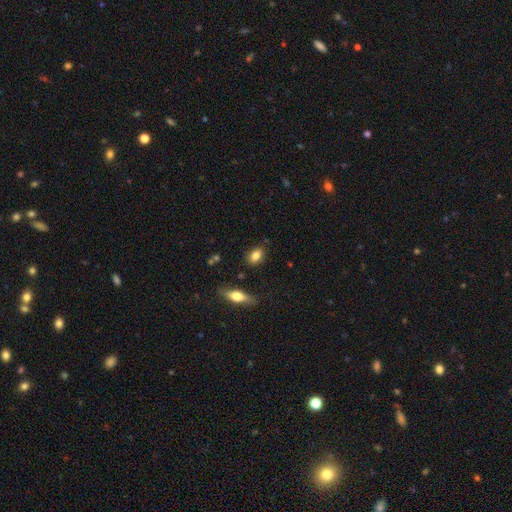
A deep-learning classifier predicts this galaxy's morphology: This is clearly a smooth galaxy (81%). How rounded: likely in between (77%). Merging: clearly none (83%).